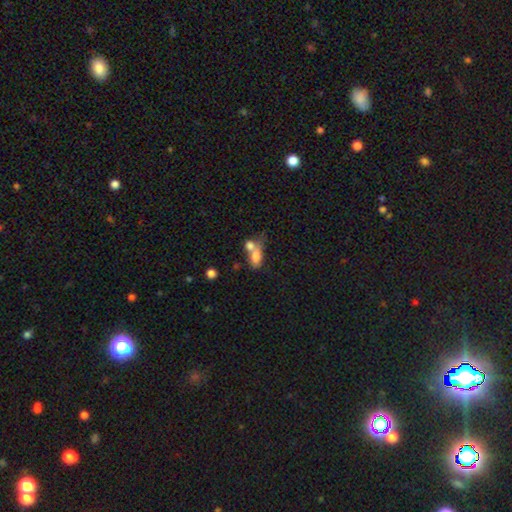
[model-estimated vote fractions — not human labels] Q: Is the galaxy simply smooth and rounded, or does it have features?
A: smooth — 73%.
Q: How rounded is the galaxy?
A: in between — 75%.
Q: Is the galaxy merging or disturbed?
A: merger — 60%.